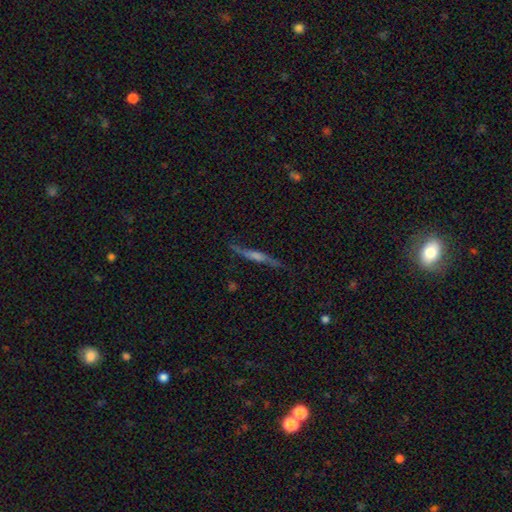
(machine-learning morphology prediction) This appears to be a featured or disk galaxy (64%) viewed edge-on (88%) with a rounded central bulge (74%). Merging: none (82%).